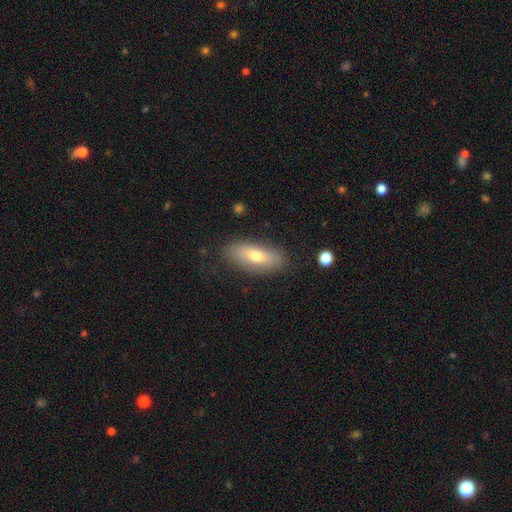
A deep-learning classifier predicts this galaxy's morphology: A smooth galaxy with no disk features (70%) that is in between round and cigar-shaped (75%). Merging: none (80%).